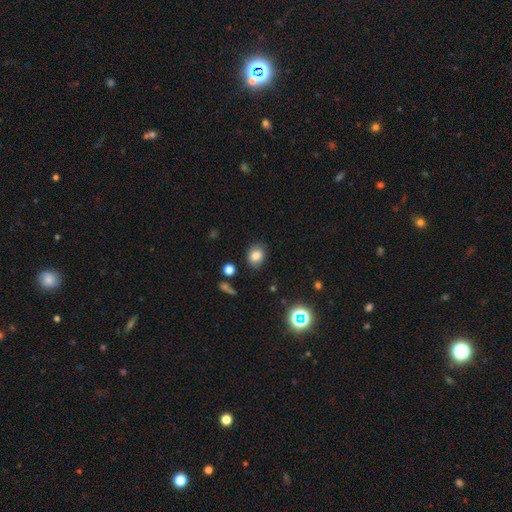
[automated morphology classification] A smooth galaxy with no disk features (80%) that is in between round and cigar-shaped (55%). Merging: none (80%).